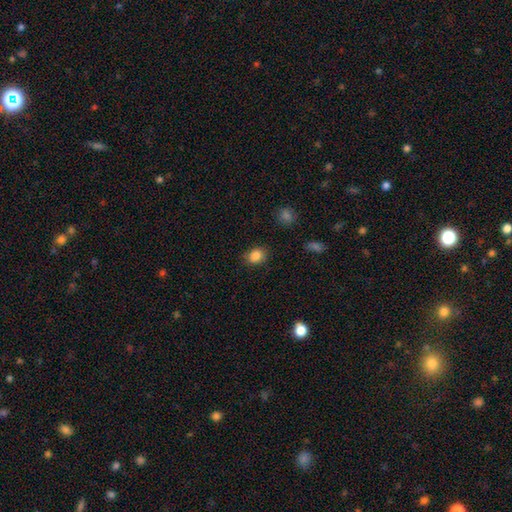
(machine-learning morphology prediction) This appears to be a smooth galaxy with no disk features (86%) that is round (52%). Merging: none (82%).